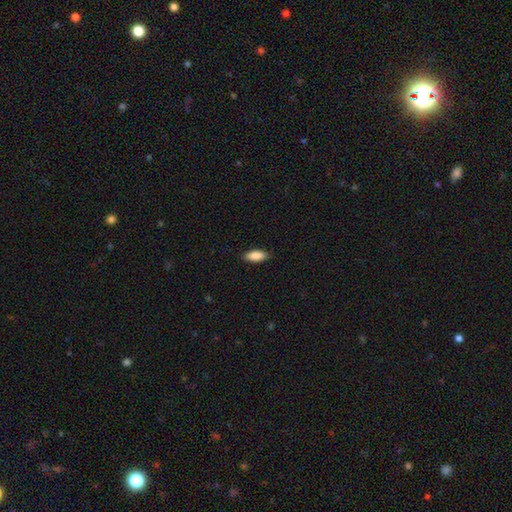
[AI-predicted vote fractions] Overall: smooth (89%). How rounded: in between (83%). Merging: none (87%).